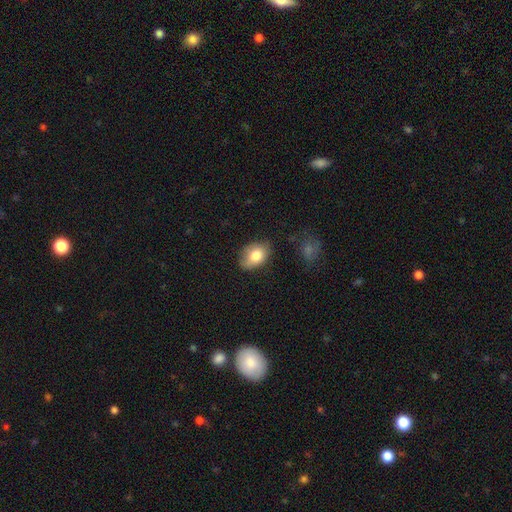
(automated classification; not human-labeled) Overall: smooth (78%). How rounded: in between (82%). Merging: none (71%).